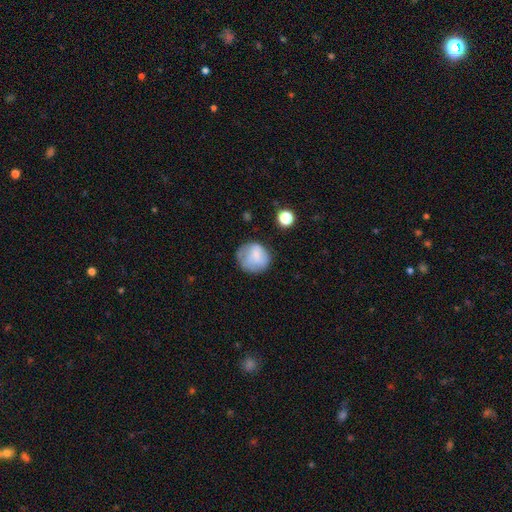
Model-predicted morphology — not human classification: Smooth or featured? smooth (74%)
How rounded? round (83%)
Merging? none (61%)